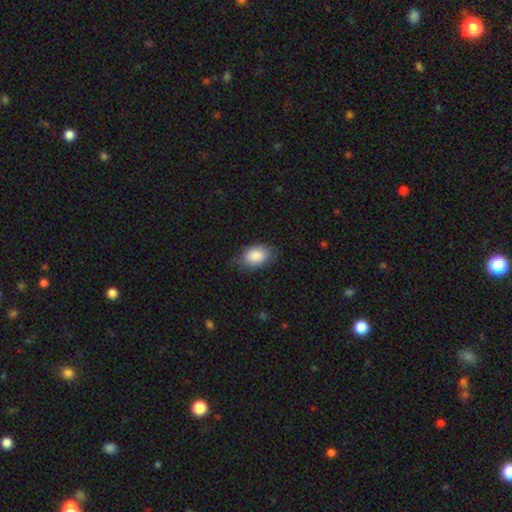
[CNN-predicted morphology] Smooth or featured? Predicted: smooth (p=0.88). How rounded? Predicted: in between (p=0.86). Merging? Predicted: none (p=0.76).